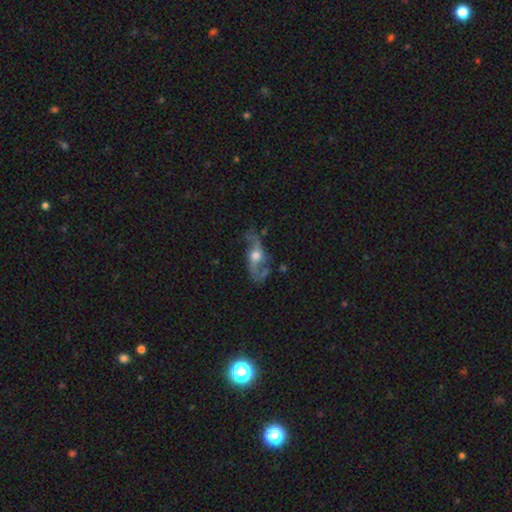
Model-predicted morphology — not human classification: Smooth or featured?
  - featured or disk: 76% *
  - smooth: 17%
  - star or artifact: 7%
Edge-on disk?
  - no: 90% *
  - yes: 10%
Bar?
  - no: 65% *
  - weak: 26%
  - strong: 9%
Spiral arms?
  - yes: 88% *
  - no: 12%
Spiral winding?
  - loose: 72% *
  - medium: 22%
  - tight: 6%
Spiral arm count?
  - 2: 88% *
  - can't tell: 4%
  - 1: 4%
  - 3: 1%
  - 4: 1%
  - more than 4: 1%
Bulge size?
  - moderate: 65% *
  - small: 17%
  - large: 14%
  - none: 2%
  - dominant: 2%
Merging?
  - none: 55% *
  - minor disturbance: 23%
  - major disturbance: 18%
  - merger: 5%